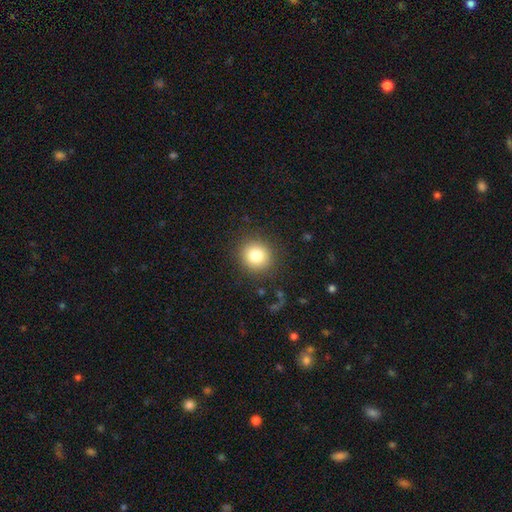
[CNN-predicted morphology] Smooth or featured: smooth — 81% (star or artifact — 11%)
How rounded: round — 89% (in between — 10%)
Merging: none — 89% (minor disturbance — 7%)